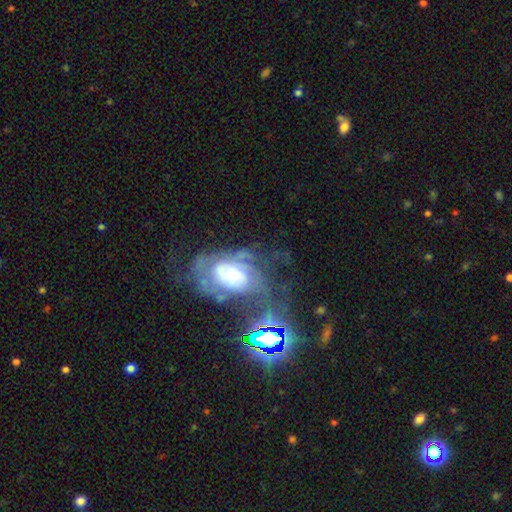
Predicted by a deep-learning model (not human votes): Overall: featured or disk (69%). Edge-on disk: no (95%). Bar: no (63%; weak 27%). Spiral arms: yes (86%). Spiral arm count: can't tell (43%; 2 23%). Spiral winding: tight (58%; medium 32%). Bulge size: moderate (48%; small 33%). Merging: none (56%; minor disturbance 18%).